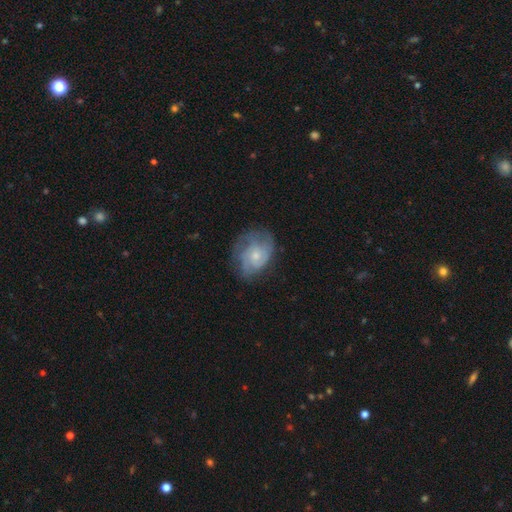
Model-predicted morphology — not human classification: Smooth or featured? featured or disk (66%)
Edge-on disk? no (97%)
Bar? no (76%)
Spiral arms? yes (86%)
Spiral winding? tight (49%)
Spiral arm count? can't tell (38%)
Bulge size? small (52%)
Merging? none (63%)